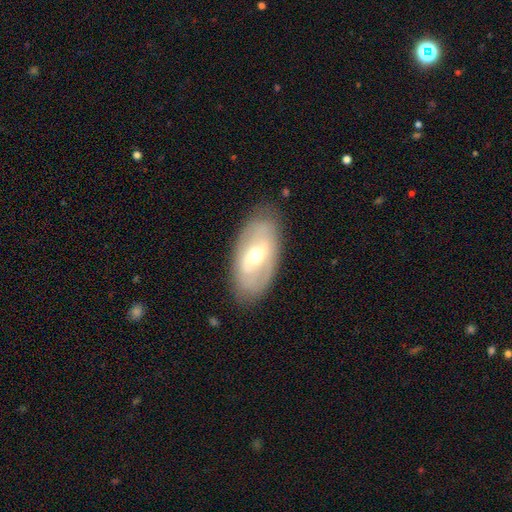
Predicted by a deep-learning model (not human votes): Smooth or featured?
  - featured or disk: 64% *
  - smooth: 29%
  - star or artifact: 7%
Edge-on disk?
  - no: 89% *
  - yes: 11%
Bar?
  - weak: 43% *
  - strong: 32%
  - no: 25%
Spiral arms?
  - yes: 51% *
  - no: 49%
Bulge size?
  - moderate: 68% *
  - small: 23%
  - large: 7%
  - dominant: 1%
  - none: 1%
Merging?
  - none: 81% *
  - minor disturbance: 13%
  - major disturbance: 5%
  - merger: 1%